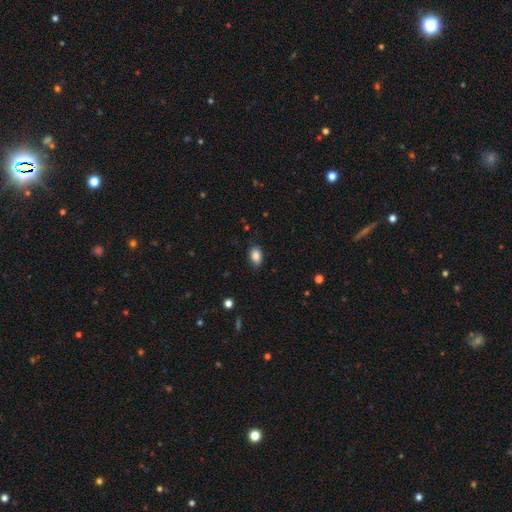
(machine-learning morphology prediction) Overall: smooth (87%). How rounded: in between (86%). Merging: none (85%).